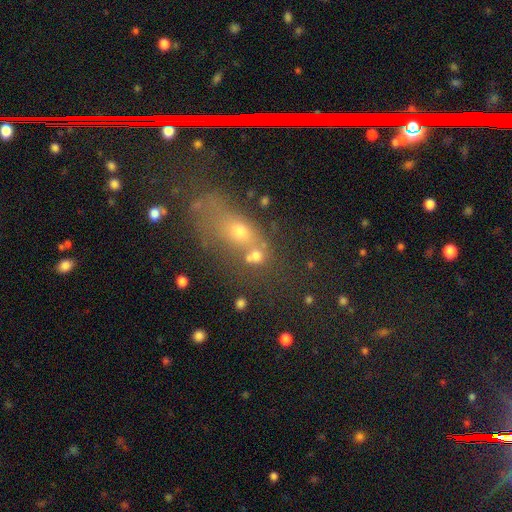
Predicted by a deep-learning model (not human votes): Smooth or featured? smooth (66%)
How rounded? round (61%)
Merging? none (48%)